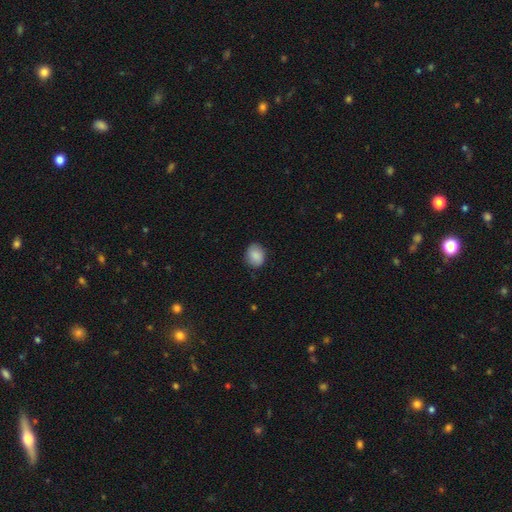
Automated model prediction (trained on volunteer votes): smooth_or_featured: smooth (p=0.88) [alt: star or artifact p=0.07]
how_rounded: round (p=0.55) [alt: in between p=0.44]
merging: none (p=0.83) [alt: minor disturbance p=0.13]